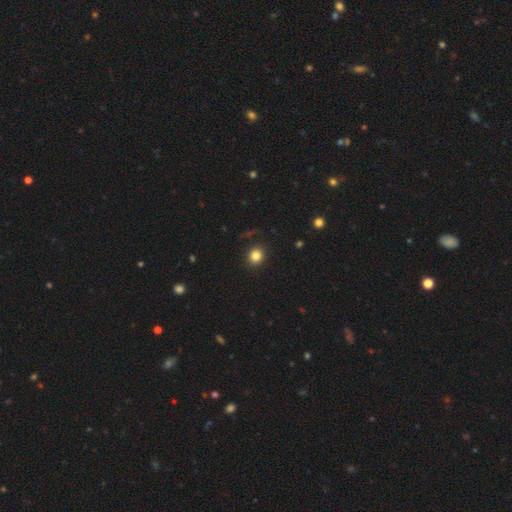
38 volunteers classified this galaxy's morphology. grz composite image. It shows a smooth galaxy with no disk features (95%) that is round (69%). Merging: none (94%).